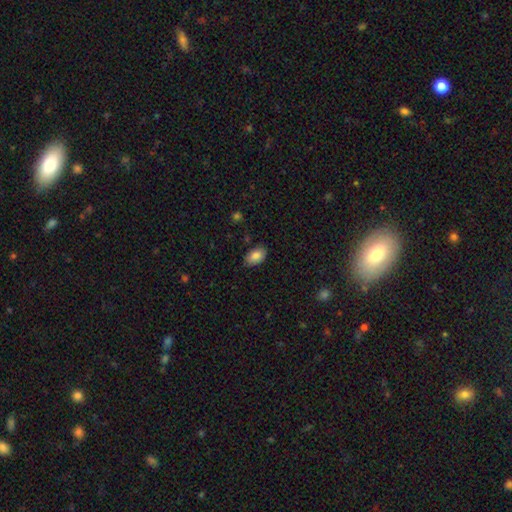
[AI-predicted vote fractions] Q: Smooth or featured?
A: smooth (85%); runner-up: featured or disk (8%)
Q: How rounded?
A: in between (92%); runner-up: round (7%)
Q: Merging?
A: none (82%); runner-up: minor disturbance (14%)